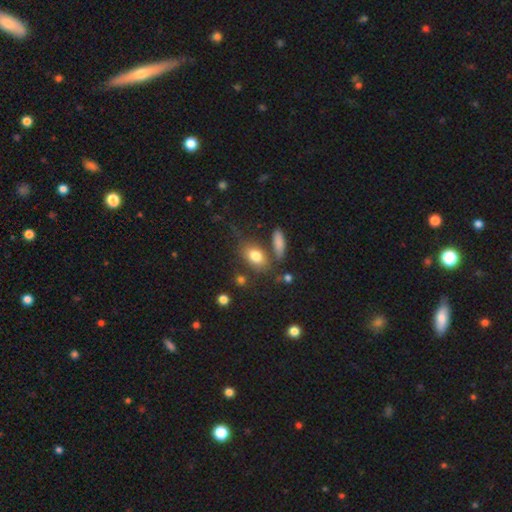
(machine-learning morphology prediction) Smooth or featured?
  - smooth: 80% *
  - featured or disk: 12%
  - star or artifact: 9%
How rounded?
  - in between: 82% *
  - round: 14%
  - cigar-shaped: 4%
Merging?
  - none: 65% *
  - minor disturbance: 15%
  - merger: 13%
  - major disturbance: 7%